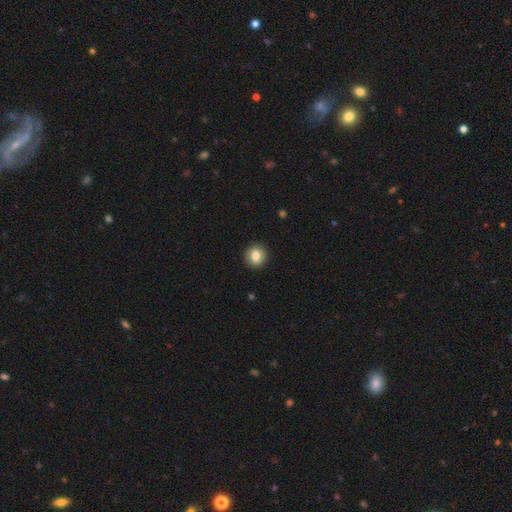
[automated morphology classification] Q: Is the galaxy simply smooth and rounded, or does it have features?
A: smooth — 82%.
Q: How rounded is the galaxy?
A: round — 89%.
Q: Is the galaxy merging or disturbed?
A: none — 90%.